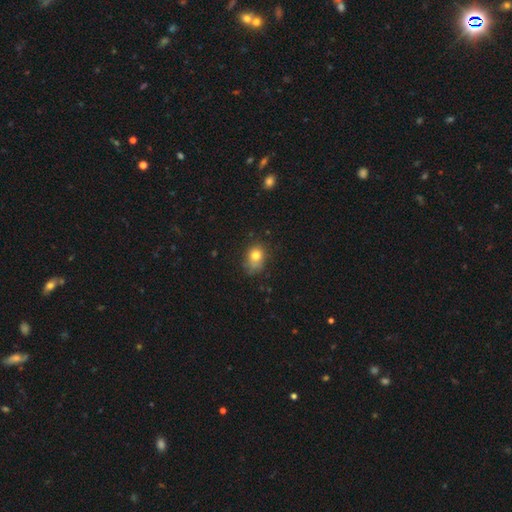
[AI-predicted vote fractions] Smooth or featured? smooth (77%)
How rounded? in between (50%)
Merging? none (55%)